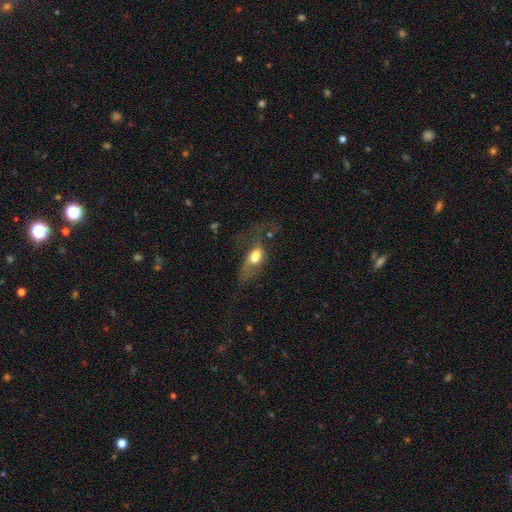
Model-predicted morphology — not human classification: Q: Smooth or featured?
A: smooth (58%); runner-up: featured or disk (32%)
Q: How rounded?
A: in between (73%); runner-up: cigar-shaped (18%)
Q: Merging?
A: major disturbance (45%); runner-up: none (29%)